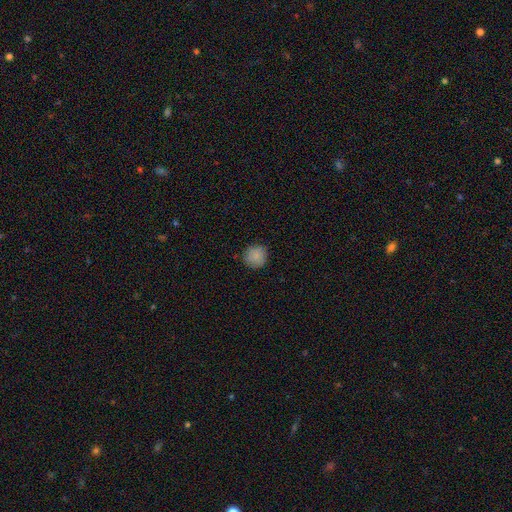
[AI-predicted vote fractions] smooth 86%, star or artifact 9%, featured or disk 6%. Down the decision tree: how rounded — round (91%); merging — none (84%).